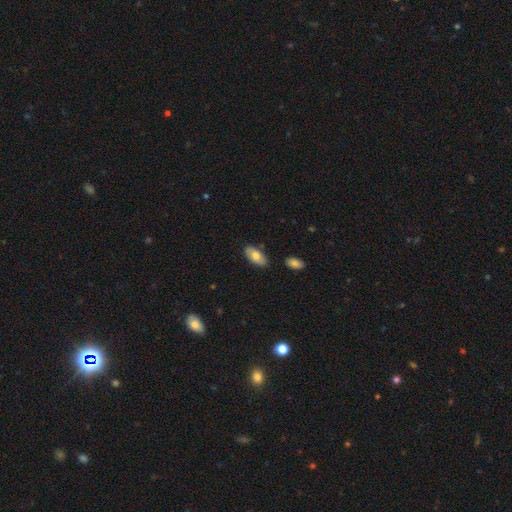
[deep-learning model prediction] Q: Smooth or featured?
A: smooth (71%); runner-up: featured or disk (23%)
Q: How rounded?
A: in between (93%); runner-up: cigar-shaped (5%)
Q: Merging?
A: none (82%); runner-up: minor disturbance (13%)